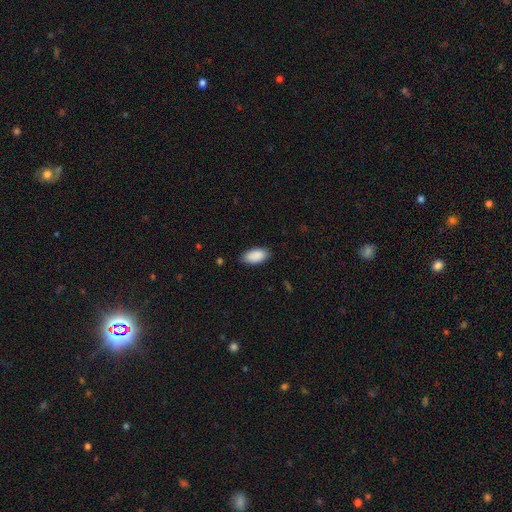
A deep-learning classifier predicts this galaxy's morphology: This is clearly a smooth galaxy (90%). How rounded: clearly in between (94%). Merging: clearly none (82%).